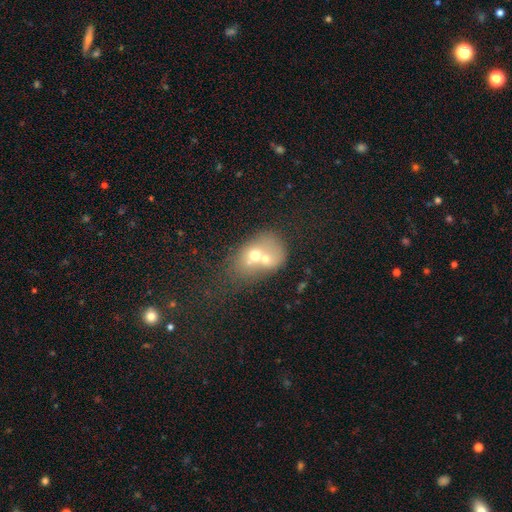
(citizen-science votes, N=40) Q: Smooth or featured?
A: smooth (55%); runner-up: featured or disk (32%)
Q: How rounded?
A: round (55%); runner-up: in between (45%)
Q: Merging?
A: merger (49%); runner-up: none (31%)